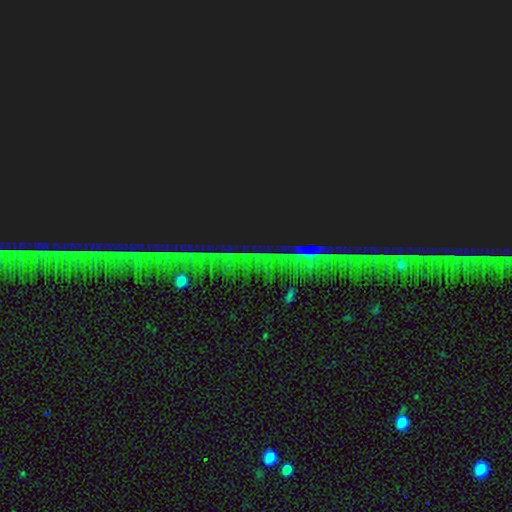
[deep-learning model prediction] smooth-or-featured: star or artifact: 85% | featured or disk: 8% | smooth: 7%